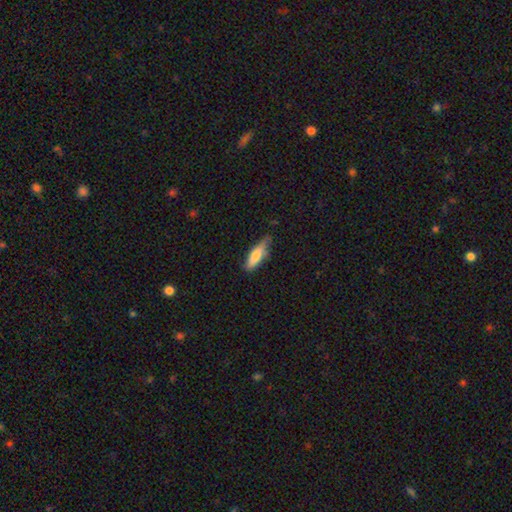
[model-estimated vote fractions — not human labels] Morphology: type=smooth (75%); roundness=cigar-shaped (52%); merging=none (55%).